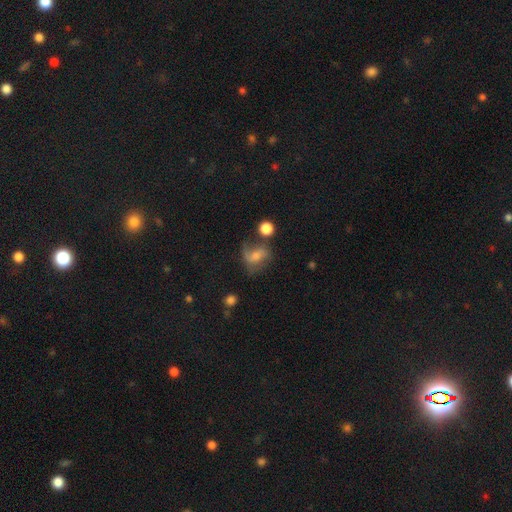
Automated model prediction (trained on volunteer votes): A featured or disk galaxy (46%).

Vote fractions:
- Smooth or featured? featured or disk: 46% / smooth: 42% / star or artifact: 12%
- Merging? none: 41% / minor disturbance: 25% / major disturbance: 24% / merger: 10%